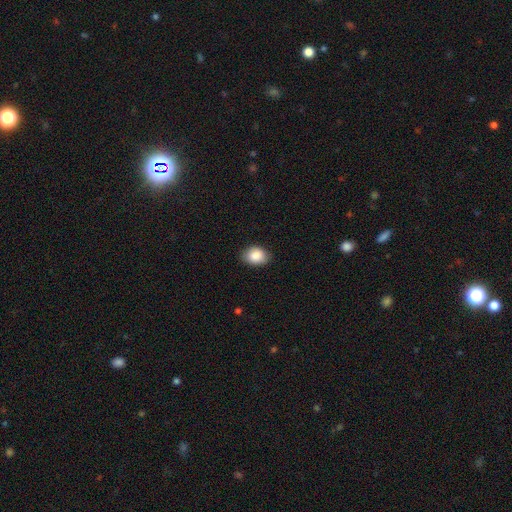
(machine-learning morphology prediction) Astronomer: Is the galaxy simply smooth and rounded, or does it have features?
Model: smooth — 88%.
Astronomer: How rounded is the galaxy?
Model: in between — 69%.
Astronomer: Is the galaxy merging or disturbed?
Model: none — 85%.